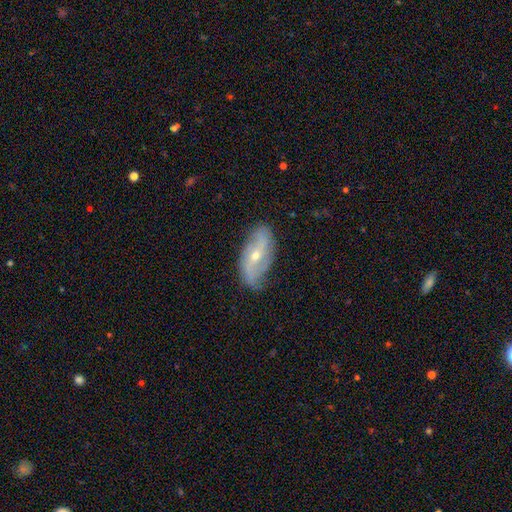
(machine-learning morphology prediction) type=featured or disk (78%); edge-on=no (91%); bar=no (38%, tied with weak); spiral arms=yes (90%); winding=loose (65%); arm count=2 (85%); bulge=small (56%); merging=none (71%).